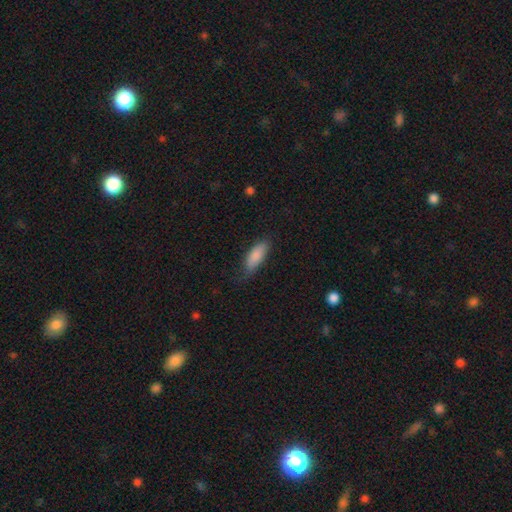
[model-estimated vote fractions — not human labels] This appears to be a smooth galaxy with no disk features (85%) that is in between round and cigar-shaped (68%). Merging: none (65%).